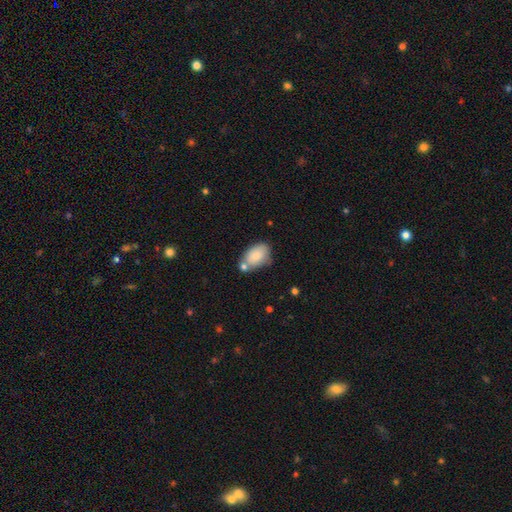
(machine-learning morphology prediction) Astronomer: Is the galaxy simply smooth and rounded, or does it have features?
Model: smooth — 84%.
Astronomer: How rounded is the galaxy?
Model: in between — 89%.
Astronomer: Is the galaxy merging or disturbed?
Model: none — 52%.